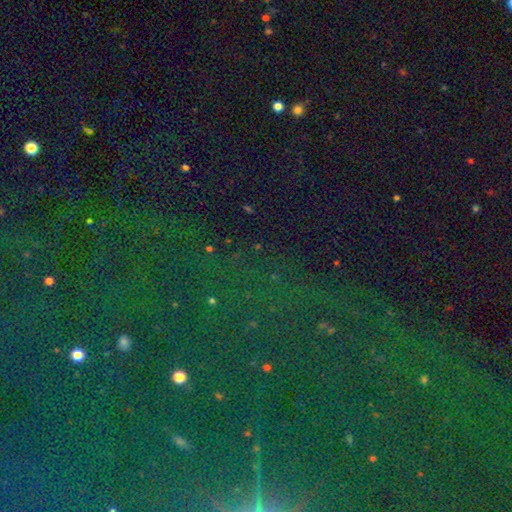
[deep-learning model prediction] Smooth or featured?
  - star or artifact: 84% *
  - smooth: 9%
  - featured or disk: 7%